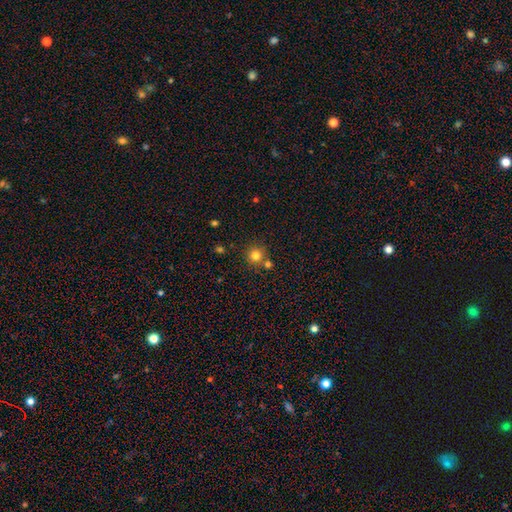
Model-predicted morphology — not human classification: Smooth or featured? smooth (80%)
How rounded? round (94%)
Merging? none (74%)